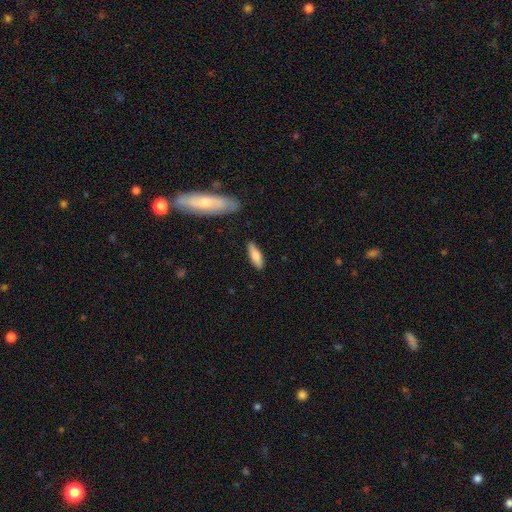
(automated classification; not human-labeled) Smooth or featured: smooth — 76% (featured or disk — 18%)
How rounded: in between — 53% (cigar-shaped — 45%)
Merging: none — 85% (minor disturbance — 11%)